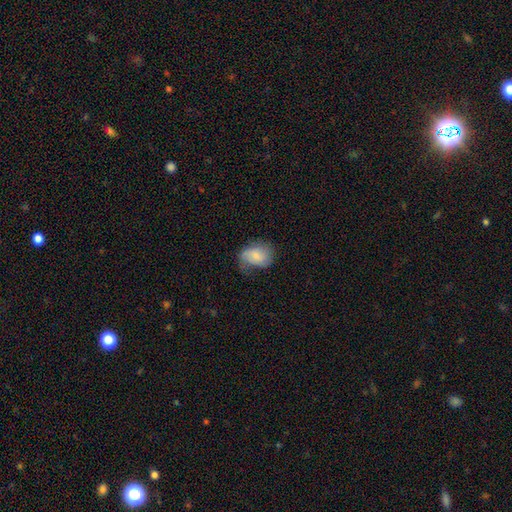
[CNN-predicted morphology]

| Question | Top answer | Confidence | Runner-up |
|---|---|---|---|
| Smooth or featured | smooth | 67% | featured or disk (26%) |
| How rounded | in between | 69% | round (30%) |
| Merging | none | 49% | minor disturbance (34%) |